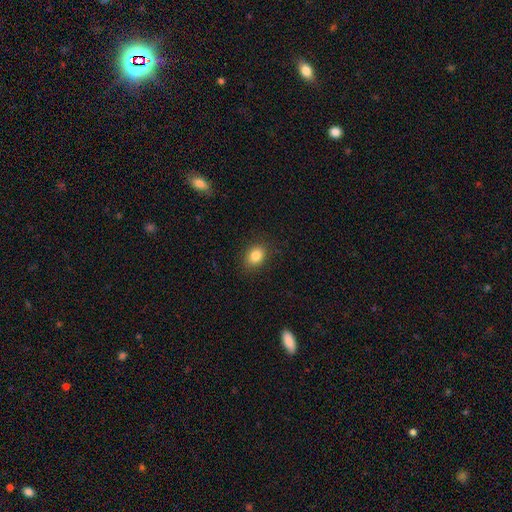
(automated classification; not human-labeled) smooth_or_featured: smooth (p=0.85) [alt: star or artifact p=0.10]
how_rounded: in between (p=0.62) [alt: round p=0.37]
merging: none (p=0.88) [alt: minor disturbance p=0.09]